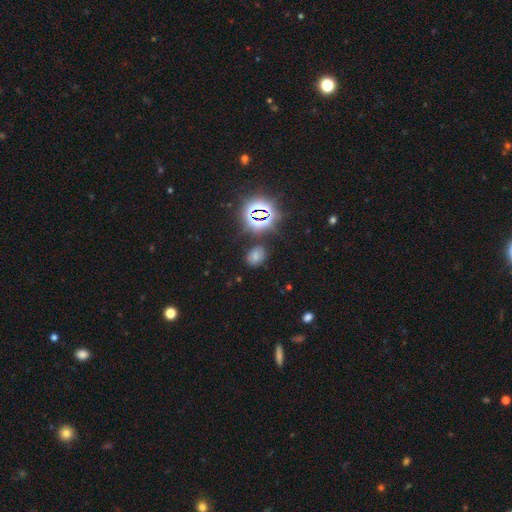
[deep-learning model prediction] Q: Smooth or featured?
A: smooth (55%); runner-up: star or artifact (33%)
Q: How rounded?
A: in between (61%); runner-up: round (38%)
Q: Merging?
A: none (76%); runner-up: minor disturbance (15%)